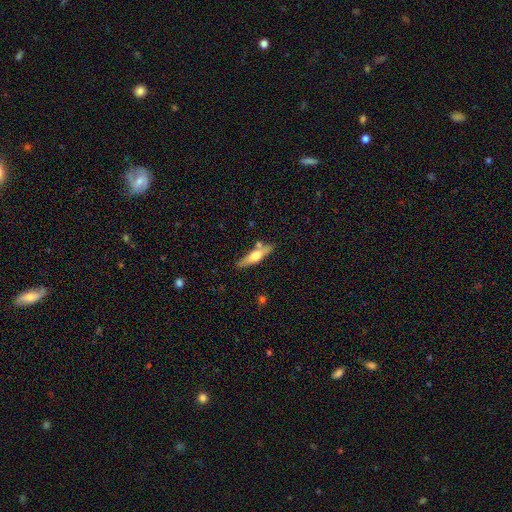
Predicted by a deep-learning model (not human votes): A featured or disk galaxy (50%).

Vote fractions:
- Smooth or featured? featured or disk: 50% / smooth: 45% / star or artifact: 6%
- Merging? none: 75% / minor disturbance: 13% / merger: 9% / major disturbance: 3%